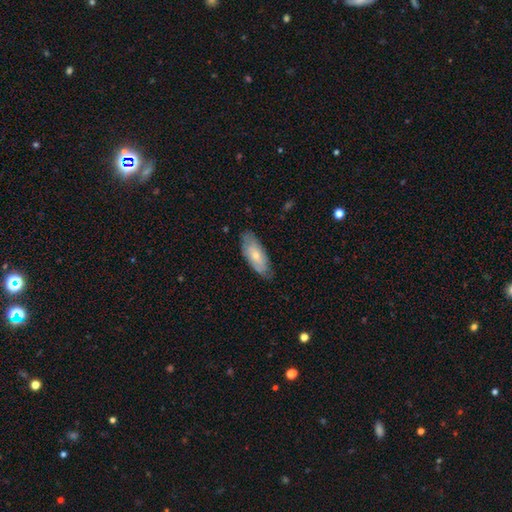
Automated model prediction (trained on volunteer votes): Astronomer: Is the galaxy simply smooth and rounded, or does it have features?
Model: smooth — 58% (runner-up: featured or disk, 36%).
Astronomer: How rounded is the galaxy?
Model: in between — 78%.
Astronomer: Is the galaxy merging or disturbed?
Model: none — 75%.